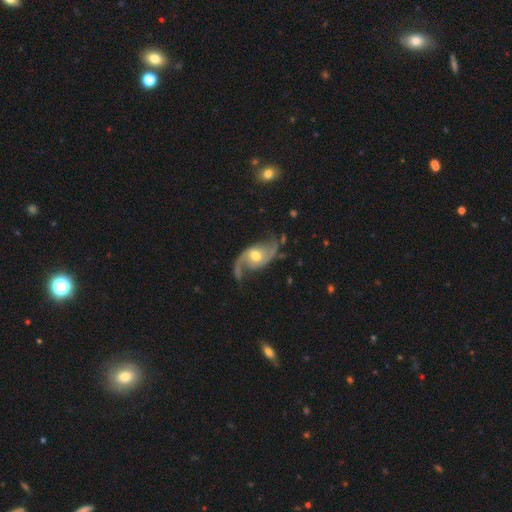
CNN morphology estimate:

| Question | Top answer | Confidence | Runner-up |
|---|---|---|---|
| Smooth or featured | featured or disk | 89% | smooth (6%) |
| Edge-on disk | no | 97% | yes (3%) |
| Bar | no | 60% | weak (31%) |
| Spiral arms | yes | 97% | no (3%) |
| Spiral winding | loose | 67% | medium (26%) |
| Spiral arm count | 2 | 92% | can't tell (2%) |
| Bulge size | moderate | 70% | small (21%) |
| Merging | none | 69% | minor disturbance (18%) |